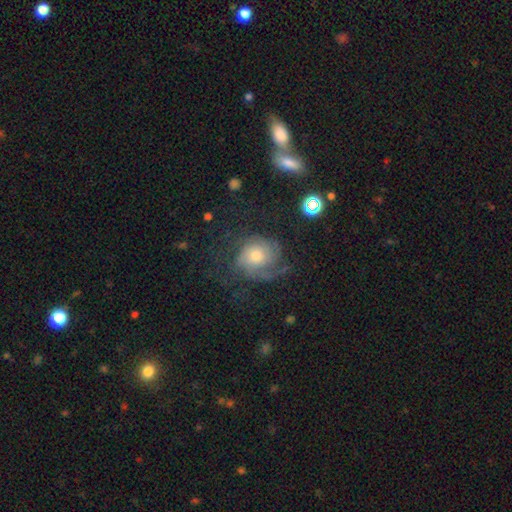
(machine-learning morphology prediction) The model was most divided on "spiral winding": tight: 45%, medium: 36%, loose: 18%. Remaining: edge-on disk — no (97%); spiral arms — yes (89%); bar — no (79%); smooth or featured — featured or disk (66%); bulge size — moderate (61%); merging — none (58%); spiral arm count — can't tell (33%).